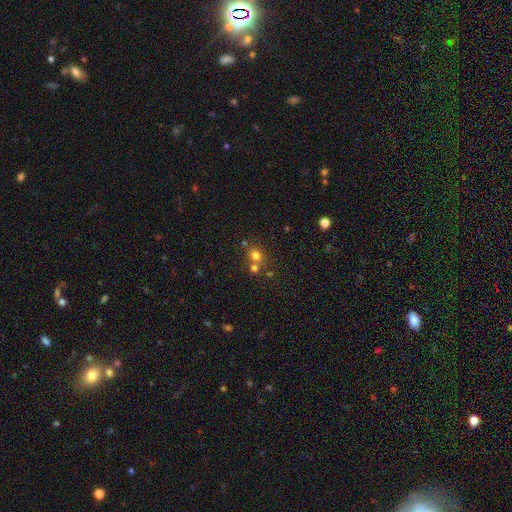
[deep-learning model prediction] A smooth galaxy with no disk features (72%) that is round (81%). Merging: none (55%).